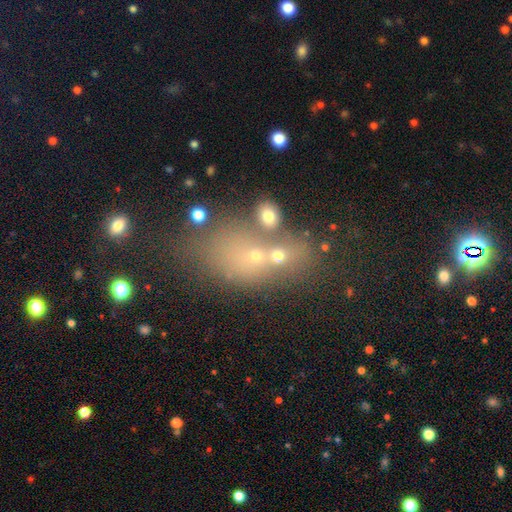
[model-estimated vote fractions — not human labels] smooth_or_featured: smooth (p=0.42) [alt: star or artifact p=0.35]
merging: none (p=0.42) [alt: merger p=0.39]